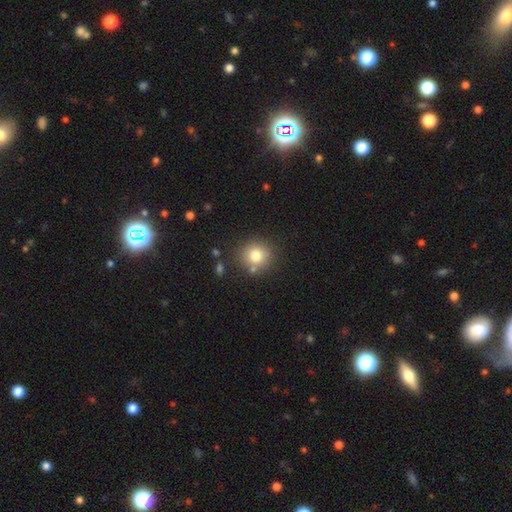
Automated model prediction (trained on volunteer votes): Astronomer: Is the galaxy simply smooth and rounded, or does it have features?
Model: smooth — 78%.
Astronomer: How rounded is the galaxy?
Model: round — 90%.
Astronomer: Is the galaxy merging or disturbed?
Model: none — 80%.